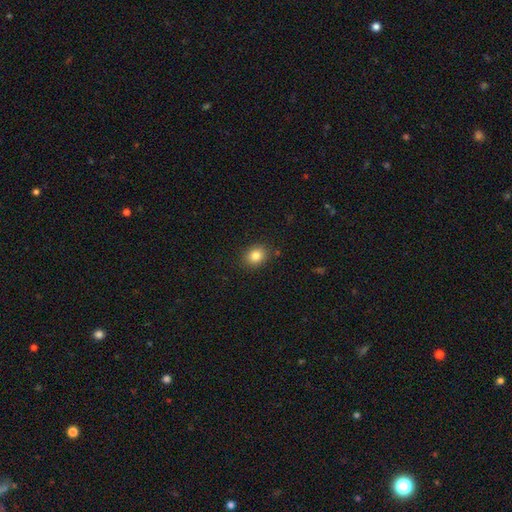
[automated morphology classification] This appears to be a smooth galaxy with no disk features (83%) that is round (58%). Merging: none (87%).